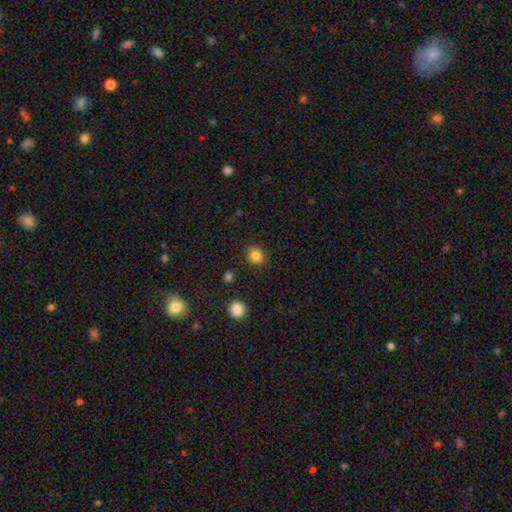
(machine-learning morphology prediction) Smooth or featured: smooth — 84% (star or artifact — 11%)
How rounded: round — 80% (in between — 19%)
Merging: none — 88% (minor disturbance — 8%)